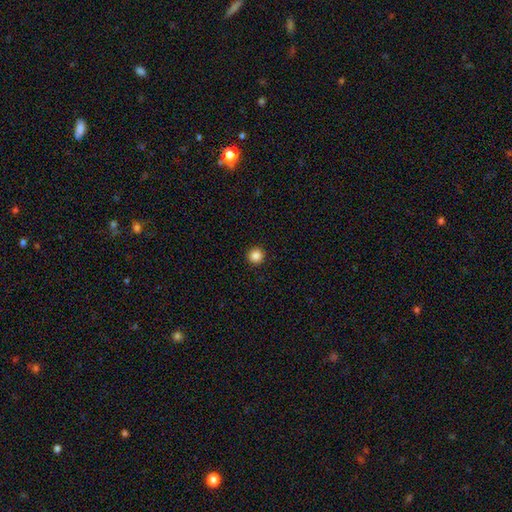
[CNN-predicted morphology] A smooth galaxy with no disk features (86%) that is round (96%).

Vote fractions:
- Smooth or featured? smooth: 86% / star or artifact: 11% / featured or disk: 3%
- How rounded? round: 96% / in between: 3% / cigar-shaped: 1%
- Merging? none: 94% / minor disturbance: 4% / major disturbance: 1% / merger: 1%